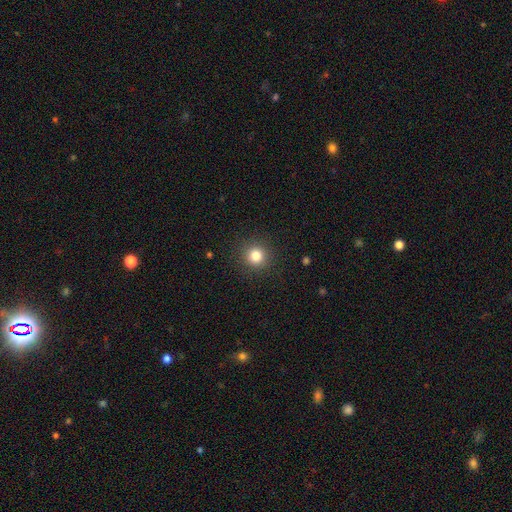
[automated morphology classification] smooth 82%, star or artifact 13%, featured or disk 5%. Down the decision tree: how rounded — round (94%); merging — none (91%).